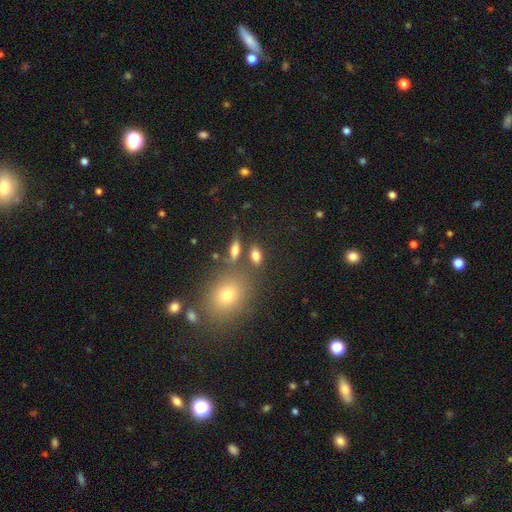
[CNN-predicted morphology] This appears to be a smooth galaxy with no disk features (74%) that is in between round and cigar-shaped (77%). Merging: none (70%).